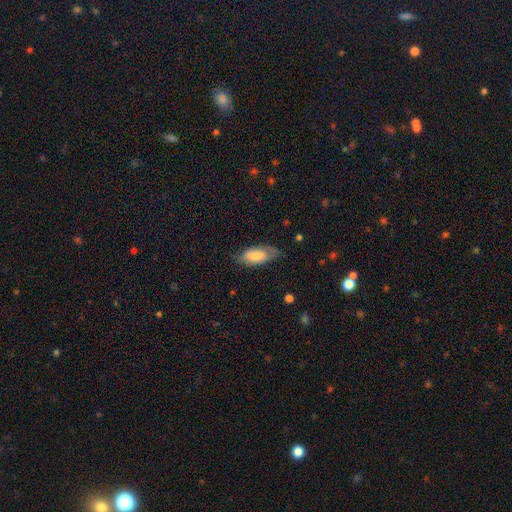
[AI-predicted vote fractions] smooth_or_featured: smooth (p=0.72) [alt: featured or disk p=0.21]
how_rounded: in between (p=0.85) [alt: cigar-shaped p=0.13]
merging: none (p=0.68) [alt: minor disturbance p=0.24]